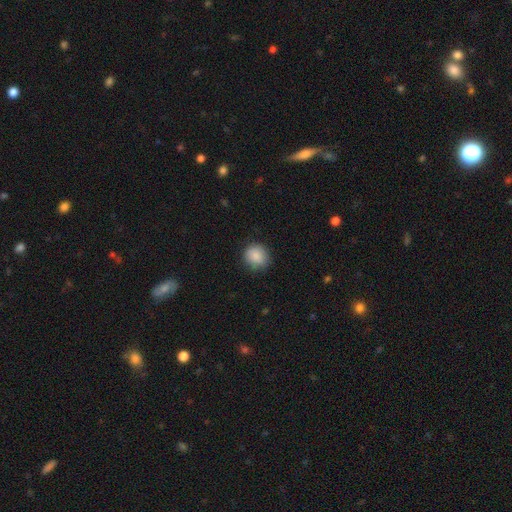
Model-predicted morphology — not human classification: smooth 88%, star or artifact 8%, featured or disk 4%. Down the decision tree: how rounded — round (84%); merging — none (85%).